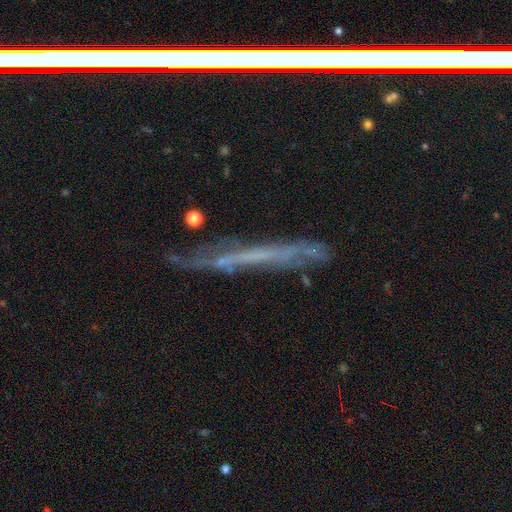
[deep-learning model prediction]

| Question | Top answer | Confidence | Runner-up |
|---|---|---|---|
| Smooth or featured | featured or disk | 61% | smooth (28%) |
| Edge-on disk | yes | 78% | no (22%) |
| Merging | none | 57% | minor disturbance (23%) |